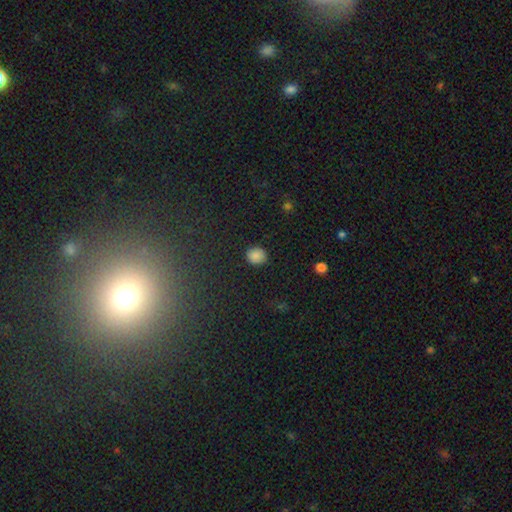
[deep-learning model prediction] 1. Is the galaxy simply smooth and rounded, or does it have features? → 85% smooth, 10% star or artifact, 4% featured or disk.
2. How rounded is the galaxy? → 81% round, 18% in between, 1% cigar-shaped.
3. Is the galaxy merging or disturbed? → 86% none, 11% minor disturbance, 3% major disturbance, 1% merger.